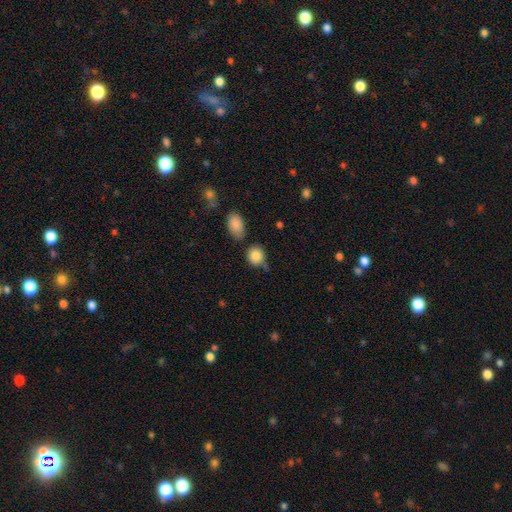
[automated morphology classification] The model was most divided on "merging": none: 65%, minor disturbance: 21%, merger: 9%, major disturbance: 5%. More confident: smooth or featured — smooth (85%); how rounded — round (74%).